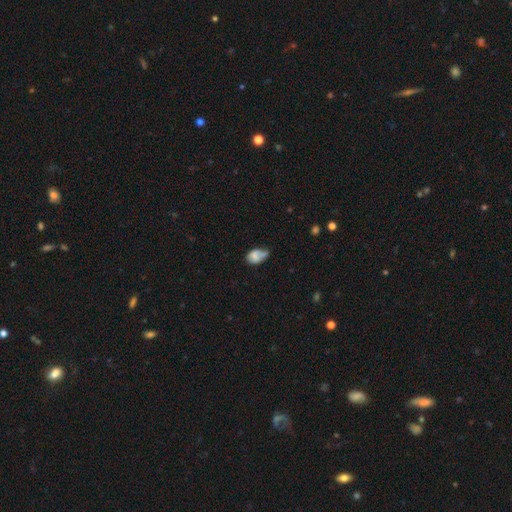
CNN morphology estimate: A smooth galaxy with no disk features (64%) that is in between round and cigar-shaped (83%). Merging: minor disturbance (35%).